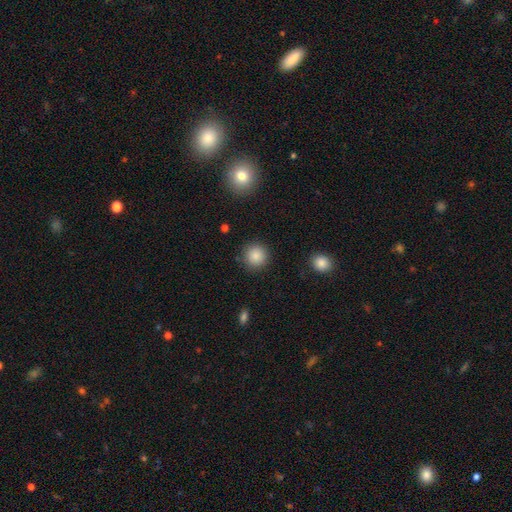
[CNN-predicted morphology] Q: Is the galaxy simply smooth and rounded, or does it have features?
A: smooth — 87%.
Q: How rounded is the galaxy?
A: round — 94%.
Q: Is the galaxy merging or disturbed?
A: none — 89%.